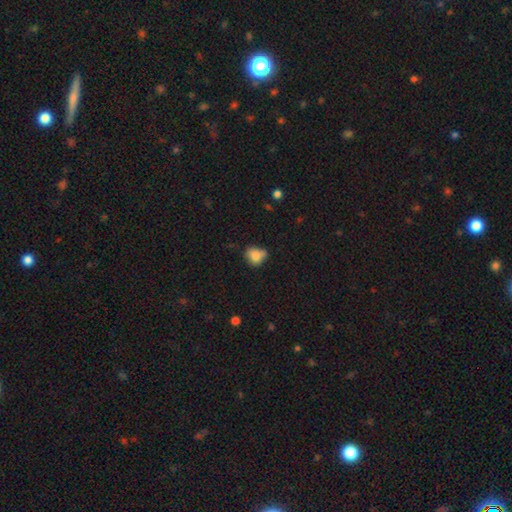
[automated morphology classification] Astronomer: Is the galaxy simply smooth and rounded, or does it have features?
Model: smooth — 78%.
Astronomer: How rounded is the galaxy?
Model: round — 60% (runner-up: in between, 39%).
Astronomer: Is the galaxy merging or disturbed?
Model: none — 50% (runner-up: minor disturbance, 31%).